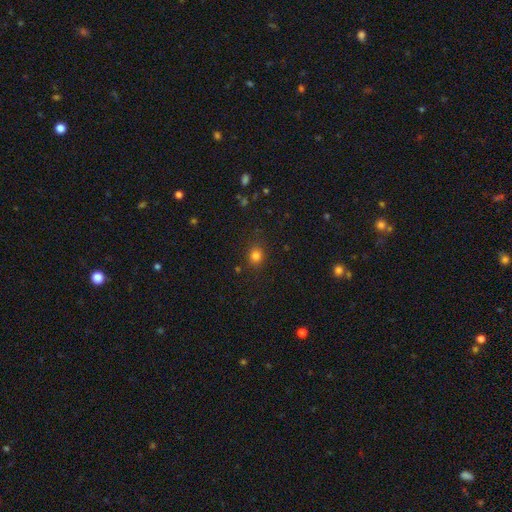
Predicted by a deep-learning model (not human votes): Smooth or featured? smooth (80%)
How rounded? round (74%)
Merging? none (85%)